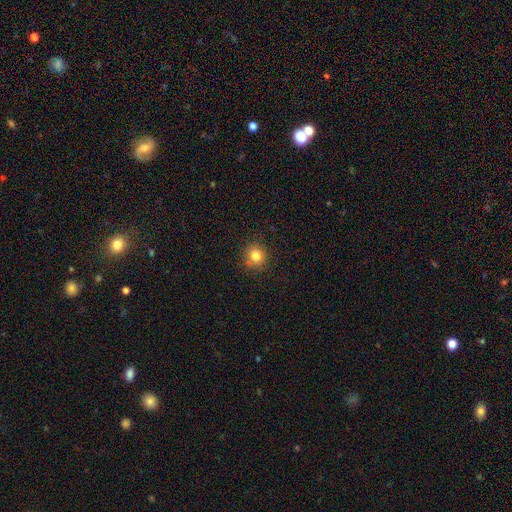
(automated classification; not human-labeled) smooth-or-featured: smooth: 82% | star or artifact: 12% | featured or disk: 6%
  how-rounded: round: 89% | in between: 10% | cigar-shaped: 1%
  merging: none: 88% | minor disturbance: 9% | major disturbance: 2% | merger: 1%